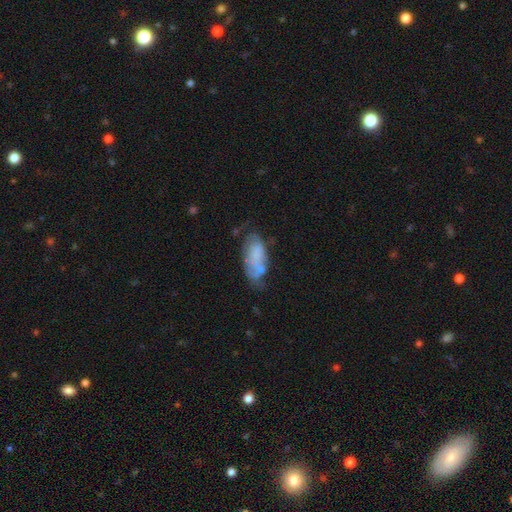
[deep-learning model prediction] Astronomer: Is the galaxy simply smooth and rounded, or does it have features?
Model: smooth — 59%.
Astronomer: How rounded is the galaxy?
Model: in between — 88%.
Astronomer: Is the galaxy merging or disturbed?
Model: none — 40% (runner-up: minor disturbance, 30%).